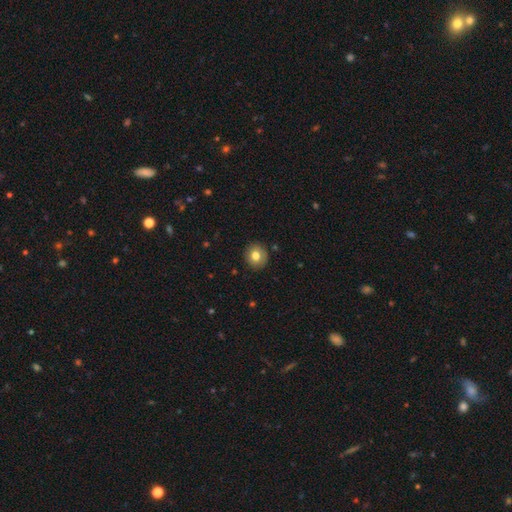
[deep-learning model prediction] The model was most divided on "smooth or featured": smooth: 77%, featured or disk: 14%, star or artifact: 9%. More confident: merging — none (89%); how rounded — round (87%).